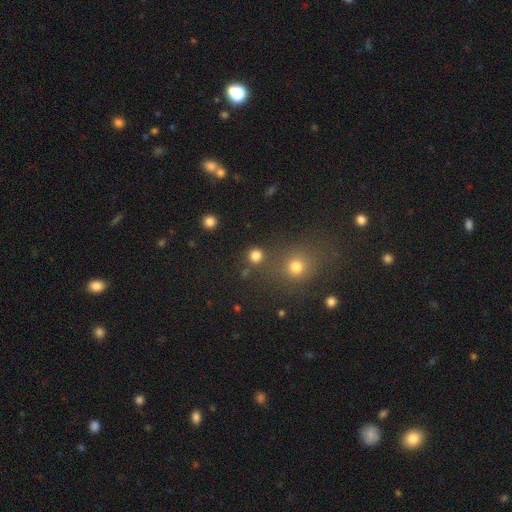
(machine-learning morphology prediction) A smooth galaxy with no disk features (79%) that is round (92%).

Vote fractions:
- Smooth or featured? smooth: 79% / star or artifact: 17% / featured or disk: 4%
- How rounded? round: 92% / in between: 7% / cigar-shaped: 1%
- Merging? none: 81% / merger: 10% / minor disturbance: 6% / major disturbance: 3%